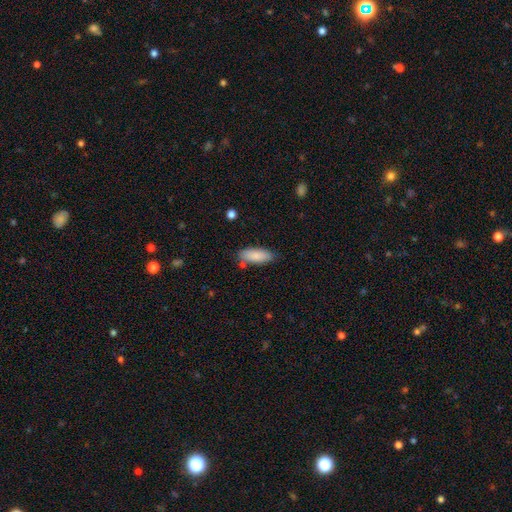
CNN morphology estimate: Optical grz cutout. It shows a smooth galaxy with no disk features (86%) that is in between round and cigar-shaped (74%). Merging: none (76%).